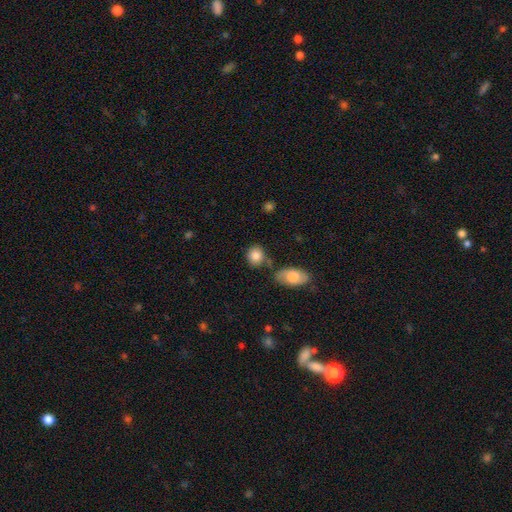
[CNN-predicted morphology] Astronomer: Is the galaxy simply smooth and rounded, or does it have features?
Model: smooth — 85%.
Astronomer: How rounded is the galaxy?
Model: round — 63%.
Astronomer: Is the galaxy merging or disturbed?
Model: none — 70%.